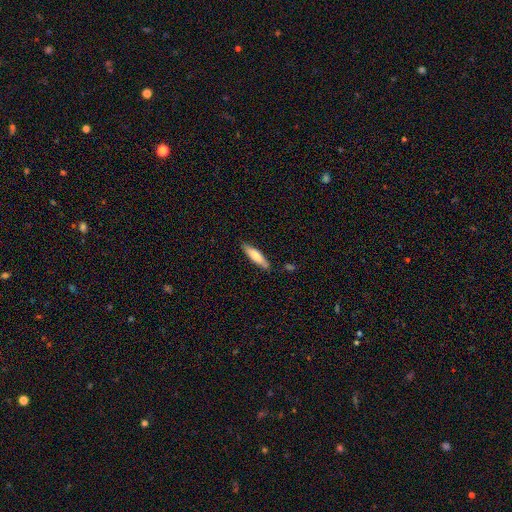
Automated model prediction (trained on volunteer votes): Overall: smooth (75%). How rounded: cigar-shaped (67%; in between 32%). Merging: none (82%).